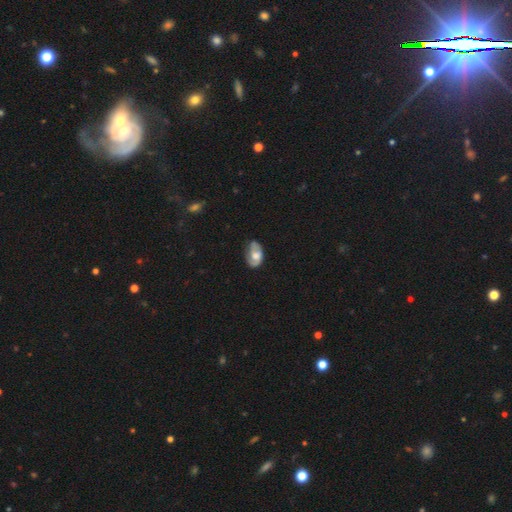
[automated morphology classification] type=smooth (50%); merging=none (51%).